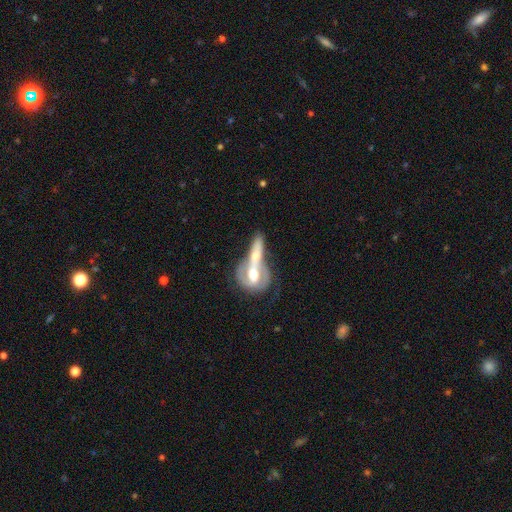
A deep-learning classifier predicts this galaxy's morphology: smooth_or_featured: featured or disk (p=0.58) [alt: smooth p=0.37]
disk_edge_on: no (p=0.78) [alt: yes p=0.22]
merging: merger (p=0.72) [alt: none p=0.16]